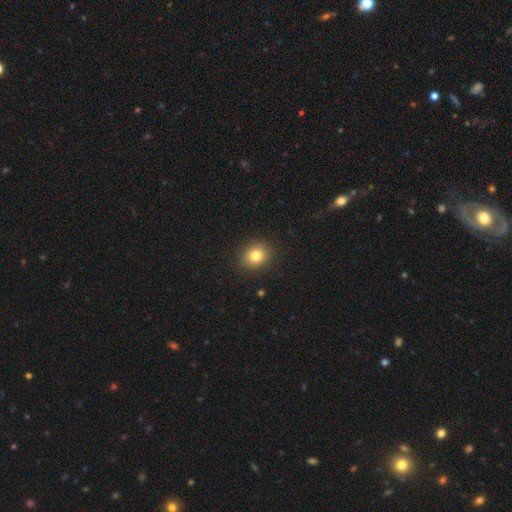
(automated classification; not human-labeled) A smooth galaxy with no disk features (82%) that is round (68%).

Vote fractions:
- Smooth or featured? smooth: 82% / star or artifact: 11% / featured or disk: 7%
- How rounded? round: 68% / in between: 31% / cigar-shaped: 1%
- Merging? none: 89% / minor disturbance: 8% / major disturbance: 2% / merger: 1%